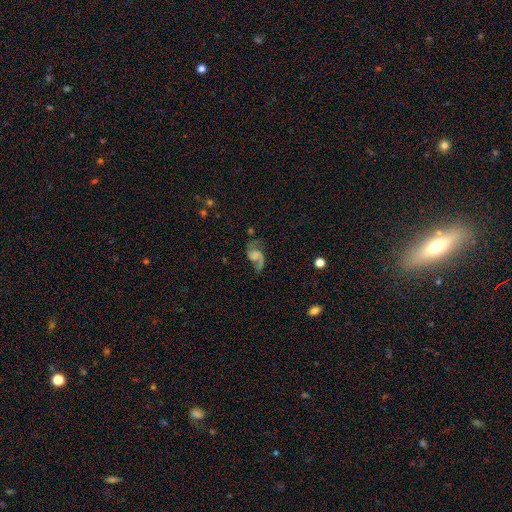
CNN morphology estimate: Smooth or featured: featured or disk — 70% (smooth — 20%)
Edge-on disk: no — 97% (yes — 3%)
Bar: no — 56% (weak — 35%)
Spiral arms: yes — 91% (no — 9%)
Spiral winding: loose — 66% (medium — 27%)
Spiral arm count: 2 — 67% (1 — 27%)
Bulge size: none — 50% (small — 19%)
Merging: none — 46% (major disturbance — 30%)